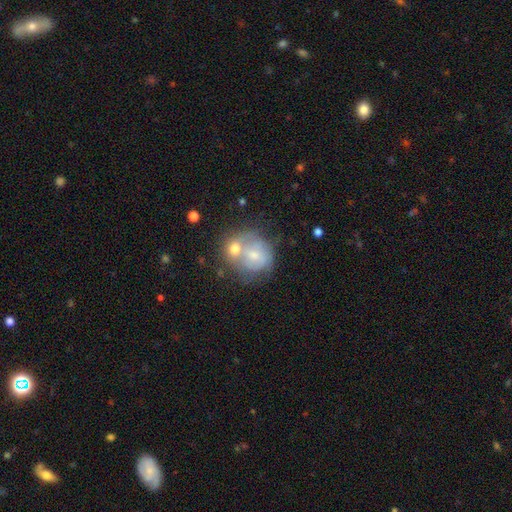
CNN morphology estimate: The model was most divided on "smooth or featured": smooth: 47%, featured or disk: 45%, star or artifact: 8%. More confident: merging — merger (53%).